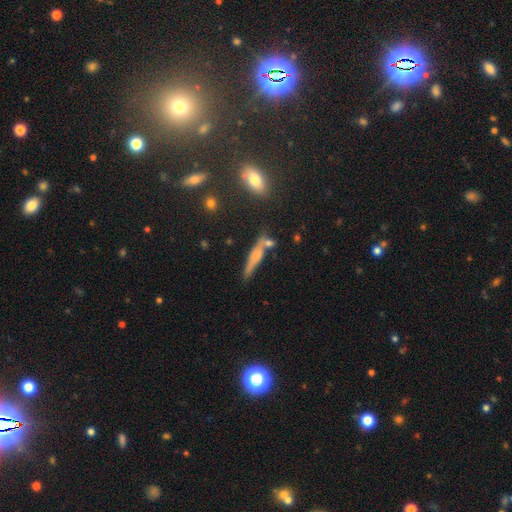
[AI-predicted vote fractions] Morphology: type=smooth (54%); roundness=cigar-shaped (86%); merging=none (61%).